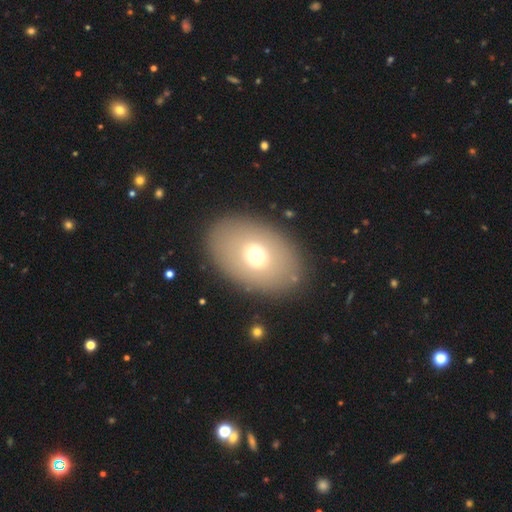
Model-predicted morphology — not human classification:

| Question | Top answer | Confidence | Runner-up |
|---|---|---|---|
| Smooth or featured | smooth | 64% | featured or disk (26%) |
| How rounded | in between | 80% | round (19%) |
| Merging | none | 86% | minor disturbance (8%) |